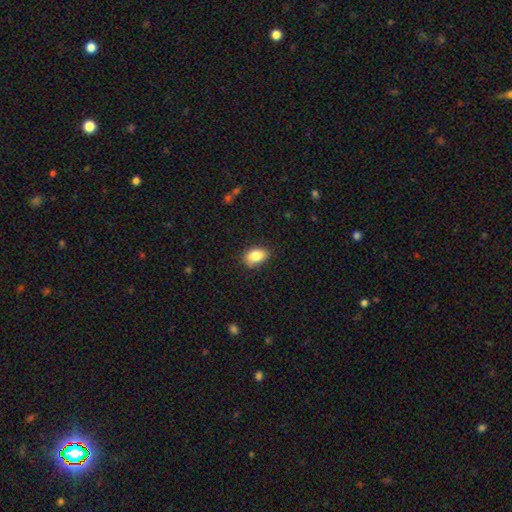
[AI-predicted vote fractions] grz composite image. It shows a smooth galaxy with no disk features (86%) that is in between round and cigar-shaped (87%). Merging: none (80%).